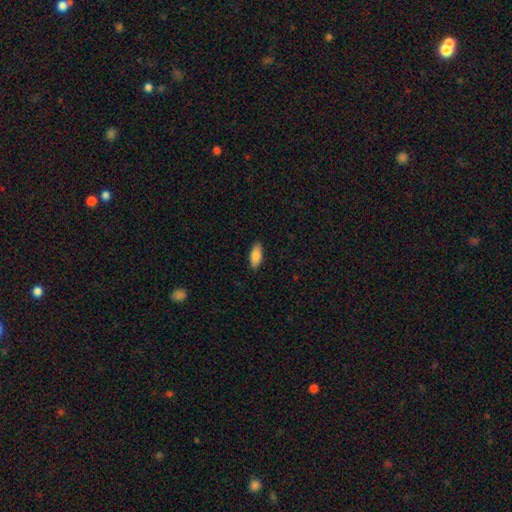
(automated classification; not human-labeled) This appears to be a smooth galaxy with no disk features (84%) that is in between round and cigar-shaped (85%). Merging: none (89%).